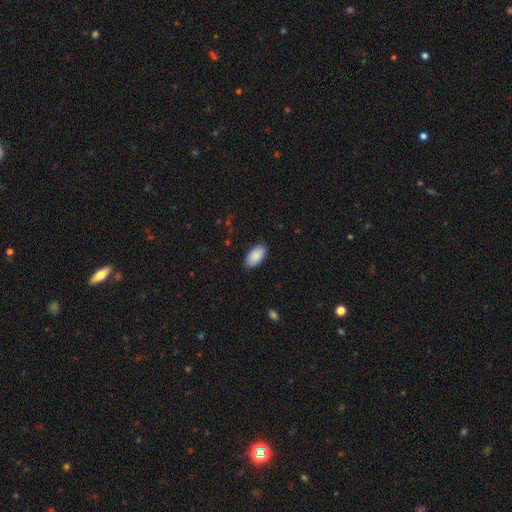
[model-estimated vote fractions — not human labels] This appears to be a smooth galaxy with no disk features (90%) that is in between round and cigar-shaped (96%). Merging: none (88%).